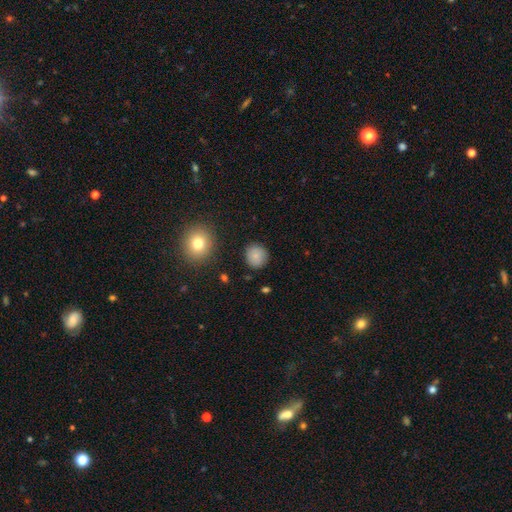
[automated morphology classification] Smooth or featured? smooth (84%)
How rounded? round (90%)
Merging? none (88%)